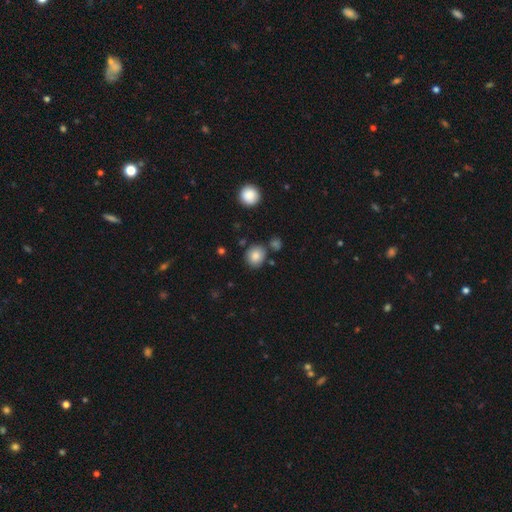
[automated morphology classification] This appears to be a smooth galaxy with no disk features (84%) that is round (80%). Merging: none (78%).